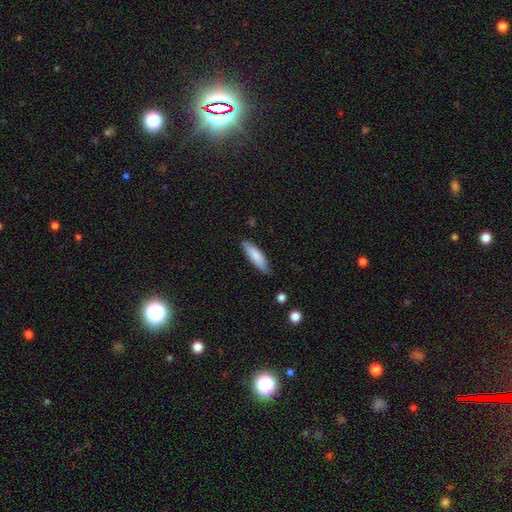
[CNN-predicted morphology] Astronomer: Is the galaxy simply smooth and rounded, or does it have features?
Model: smooth — 82%.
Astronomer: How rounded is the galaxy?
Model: cigar-shaped — 58% (runner-up: in between, 40%).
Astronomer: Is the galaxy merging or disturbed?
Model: none — 81%.